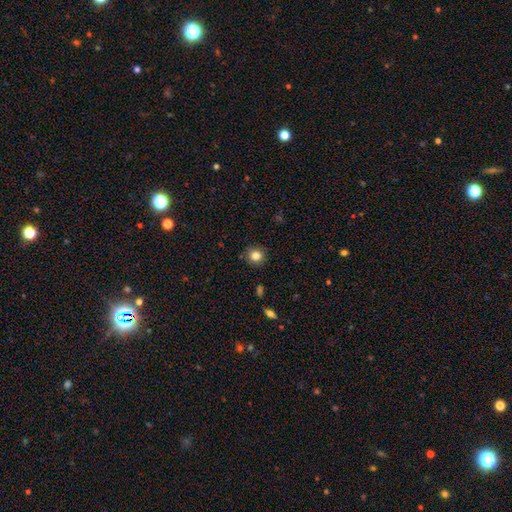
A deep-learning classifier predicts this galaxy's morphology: Smooth or featured? Predicted: smooth (p=0.82). How rounded? Predicted: round (p=0.88). Merging? Predicted: none (p=0.89).